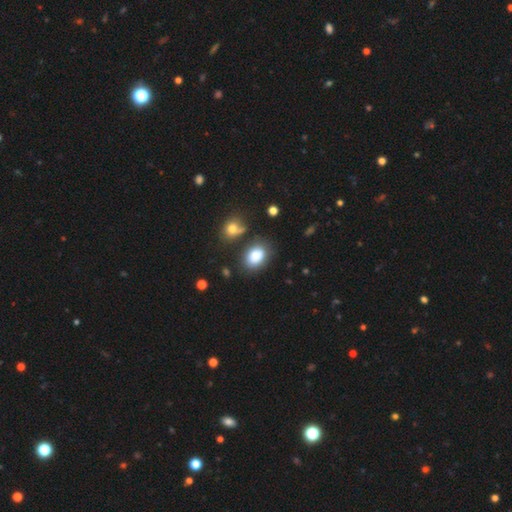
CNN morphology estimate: Smooth or featured?
  - smooth: 83% *
  - star or artifact: 9%
  - featured or disk: 8%
How rounded?
  - in between: 73% *
  - round: 26%
  - cigar-shaped: 1%
Merging?
  - none: 68% *
  - minor disturbance: 17%
  - merger: 9%
  - major disturbance: 6%